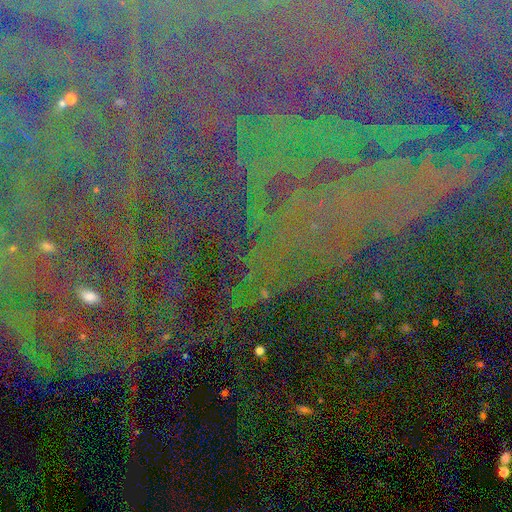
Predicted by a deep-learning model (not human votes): A star or artifact, not a galaxy (85%).

Vote fractions:
- Smooth or featured? star or artifact: 85% / featured or disk: 8% / smooth: 7%